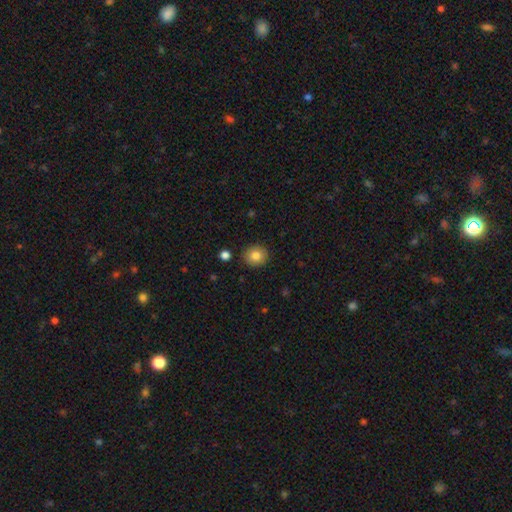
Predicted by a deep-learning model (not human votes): smooth 82%, star or artifact 9%, featured or disk 9%. Down the decision tree: how rounded — round (83%); merging — none (89%).